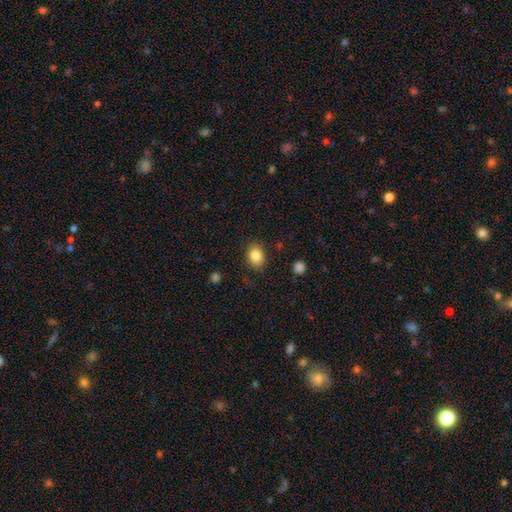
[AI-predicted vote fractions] Smooth or featured?
  - smooth: 84% *
  - star or artifact: 9%
  - featured or disk: 7%
How rounded?
  - in between: 54% *
  - round: 45%
  - cigar-shaped: 1%
Merging?
  - none: 86% *
  - minor disturbance: 10%
  - major disturbance: 3%
  - merger: 1%